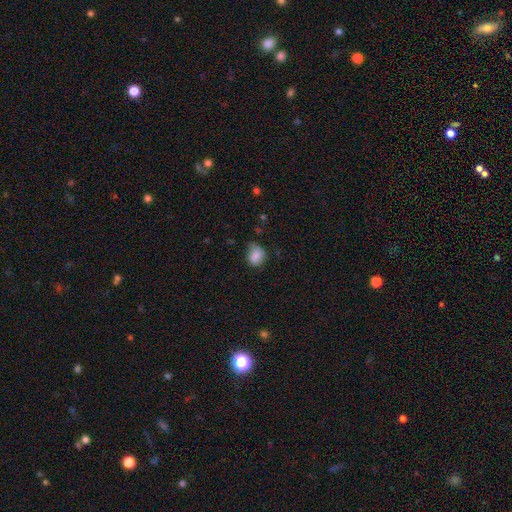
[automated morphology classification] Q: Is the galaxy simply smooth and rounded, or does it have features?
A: smooth — 82%.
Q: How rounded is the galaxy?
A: round — 53%.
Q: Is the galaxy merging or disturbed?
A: none — 56%.